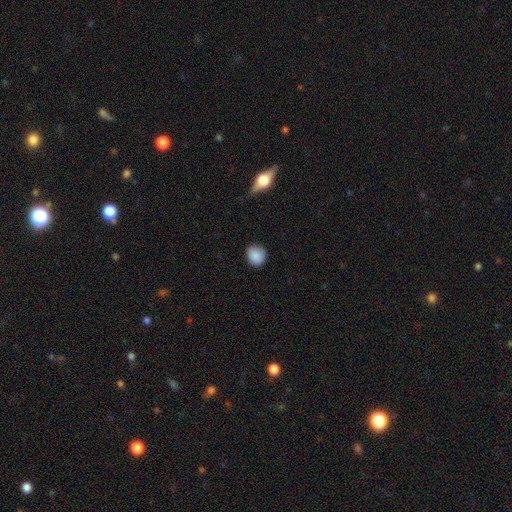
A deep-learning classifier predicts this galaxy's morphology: A smooth galaxy with no disk features (88%) that is round (82%). Merging: none (85%).